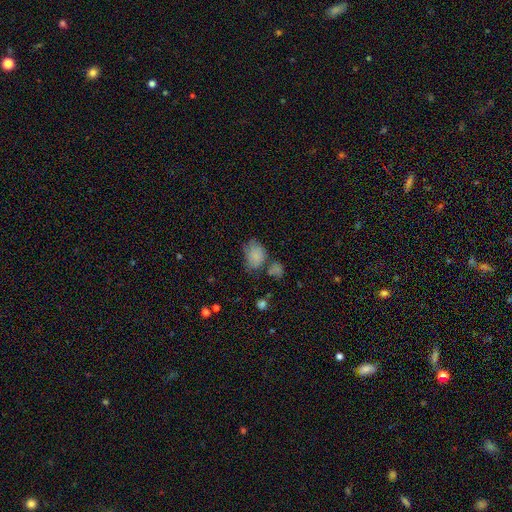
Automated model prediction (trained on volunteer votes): Smooth or featured? Predicted: smooth (p=0.79). How rounded? Predicted: in between (p=0.72). Merging? Predicted: none (p=0.46).